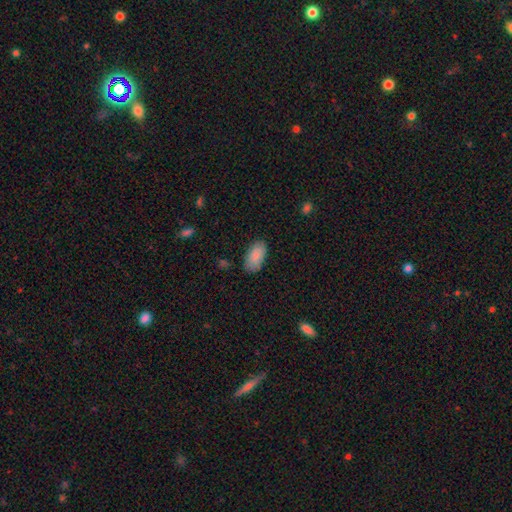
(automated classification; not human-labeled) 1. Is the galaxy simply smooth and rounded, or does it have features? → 85% smooth, 8% featured or disk, 6% star or artifact.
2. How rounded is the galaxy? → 94% in between, 3% round, 2% cigar-shaped.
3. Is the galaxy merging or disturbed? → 82% none, 13% minor disturbance, 3% major disturbance, 1% merger.